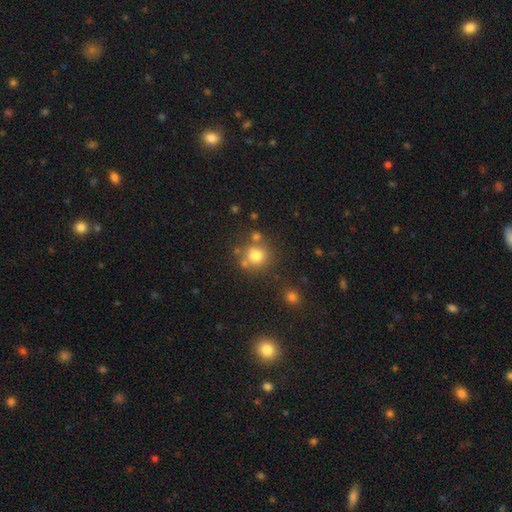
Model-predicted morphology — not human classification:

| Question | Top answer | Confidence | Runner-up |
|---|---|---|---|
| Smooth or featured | smooth | 75% | star or artifact (14%) |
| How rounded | round | 90% | in between (9%) |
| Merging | none | 71% | merger (14%) |